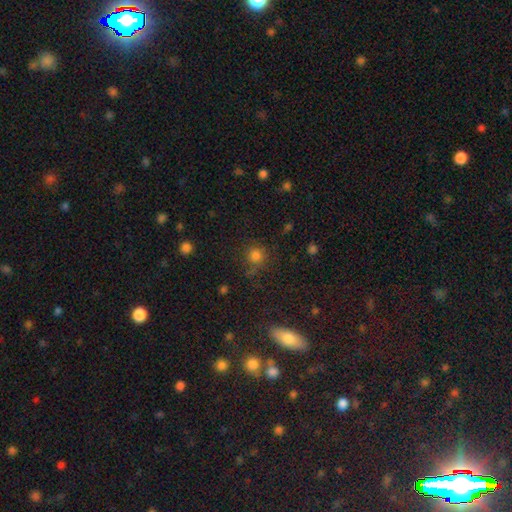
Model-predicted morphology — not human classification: This is likely a smooth galaxy (76%). How rounded: clearly round (91%). Merging: likely none (74%).